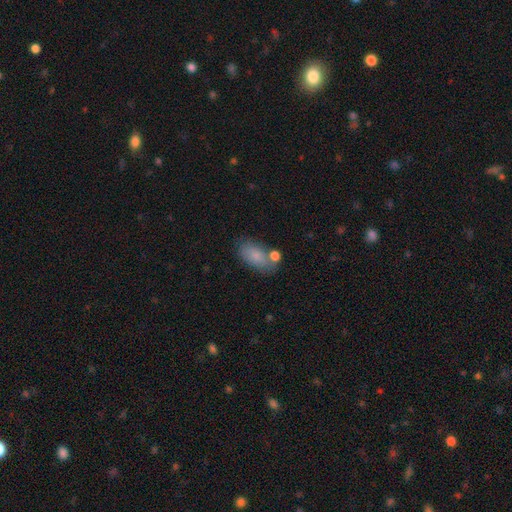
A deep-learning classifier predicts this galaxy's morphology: Smooth or featured?
  - smooth: 81% *
  - featured or disk: 11%
  - star or artifact: 8%
How rounded?
  - in between: 91% *
  - round: 5%
  - cigar-shaped: 3%
Merging?
  - none: 60% *
  - minor disturbance: 18%
  - merger: 17%
  - major disturbance: 6%